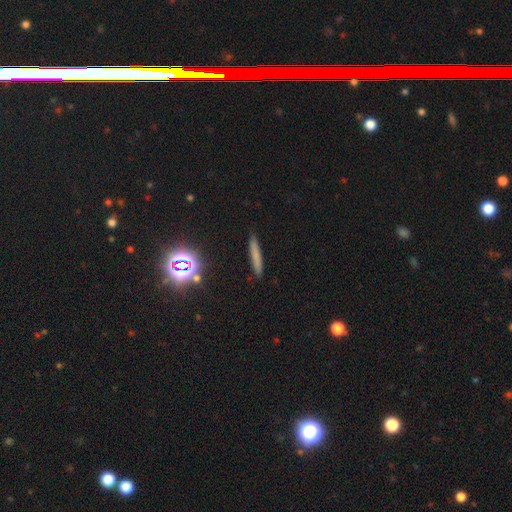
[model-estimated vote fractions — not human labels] A smooth galaxy with no disk features (63%) that is cigar-shaped (94%). Merging: none (88%).